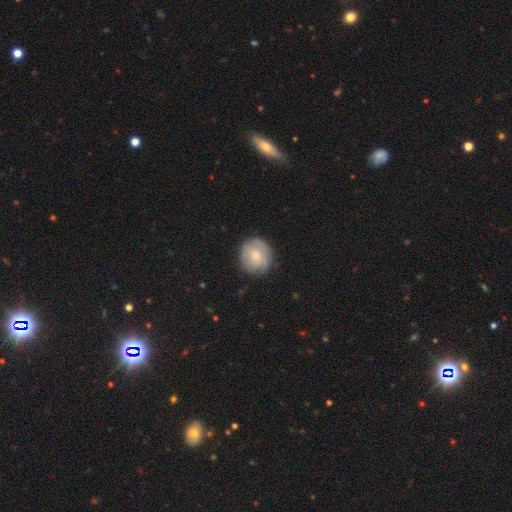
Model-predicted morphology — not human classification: Smooth or featured?
  - smooth: 57% *
  - featured or disk: 37%
  - star or artifact: 7%
How rounded?
  - round: 86% *
  - in between: 13%
  - cigar-shaped: 1%
Merging?
  - none: 79% *
  - minor disturbance: 15%
  - major disturbance: 4%
  - merger: 1%